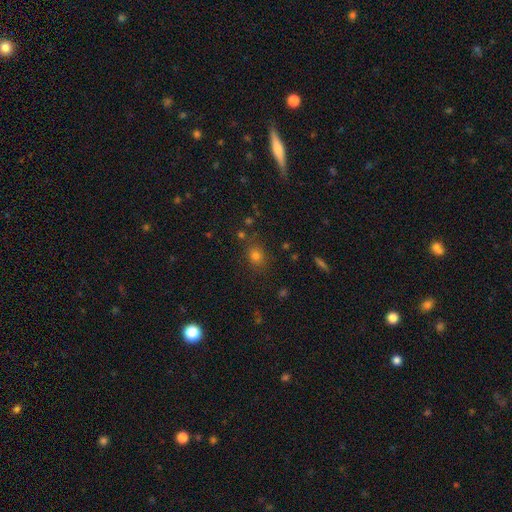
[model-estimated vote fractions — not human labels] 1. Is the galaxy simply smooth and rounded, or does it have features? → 73% smooth, 19% star or artifact, 8% featured or disk.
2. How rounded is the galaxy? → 62% round, 36% in between, 1% cigar-shaped.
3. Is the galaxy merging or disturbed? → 80% none, 12% minor disturbance, 4% merger, 4% major disturbance.